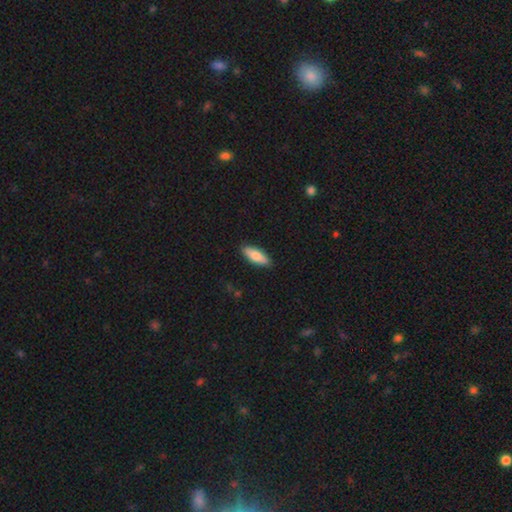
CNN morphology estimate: Smooth or featured: smooth — 79% (featured or disk — 16%)
How rounded: in between — 67% (cigar-shaped — 31%)
Merging: none — 88% (minor disturbance — 9%)